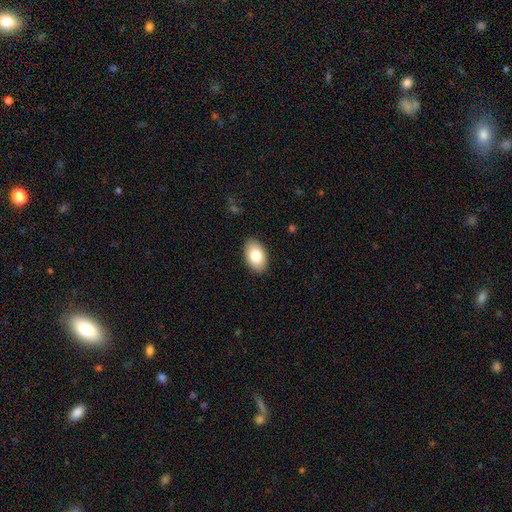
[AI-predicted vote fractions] A smooth galaxy with no disk features (80%) that is in between round and cigar-shaped (91%). Merging: none (88%).